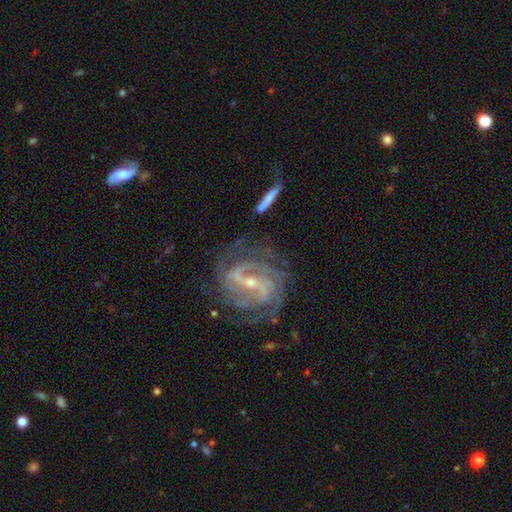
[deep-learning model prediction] featured or disk 86%, star or artifact 9%, smooth 5%. Down the decision tree: edge-on disk — no (96%); bar — strong (49%); spiral arms — yes (96%); spiral arm count — 2 (34%); spiral winding — tight (55%); bulge size — small (67%); merging — none (71%).